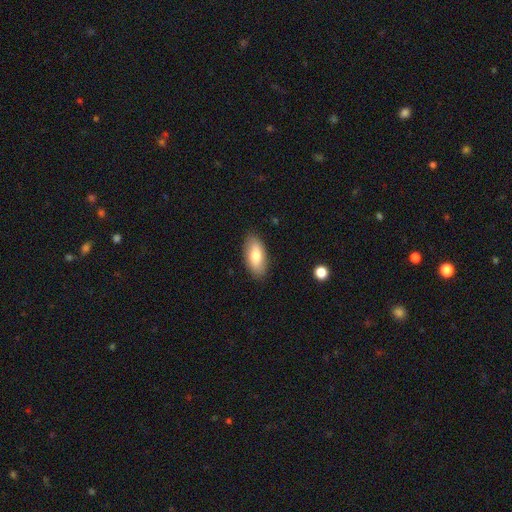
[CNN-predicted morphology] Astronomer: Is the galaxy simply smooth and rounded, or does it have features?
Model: smooth — 78%.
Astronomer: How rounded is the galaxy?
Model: in between — 90%.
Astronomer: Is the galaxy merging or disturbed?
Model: none — 87%.